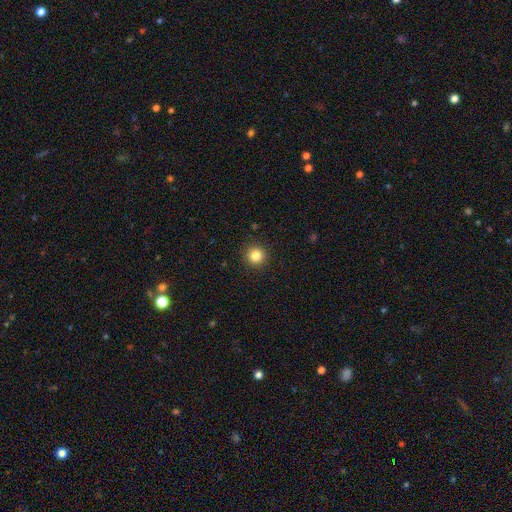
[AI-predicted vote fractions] Smooth or featured? smooth (84%)
How rounded? round (95%)
Merging? none (93%)